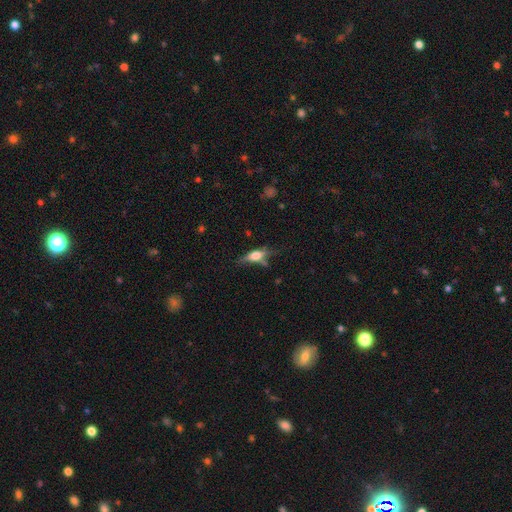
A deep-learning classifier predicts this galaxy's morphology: type=smooth (52%); roundness=in between (56%); merging=none (52%).